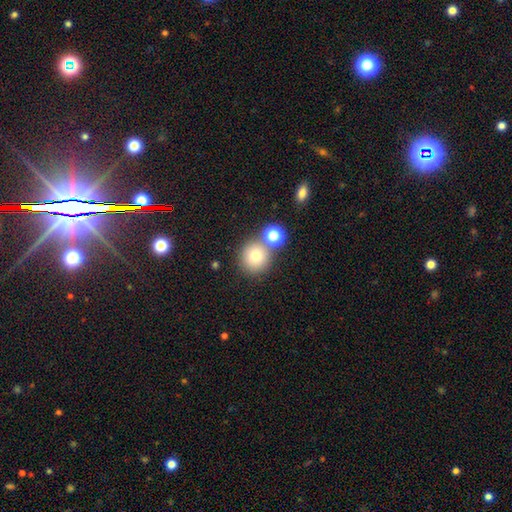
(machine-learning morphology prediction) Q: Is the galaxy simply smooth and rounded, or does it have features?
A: smooth — 74%.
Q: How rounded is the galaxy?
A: round — 92%.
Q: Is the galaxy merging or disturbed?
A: none — 68%.